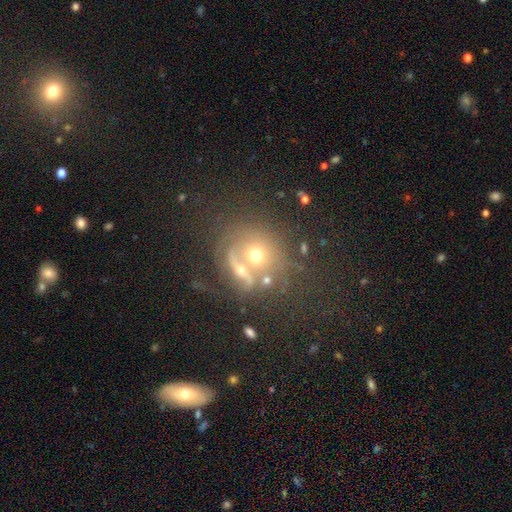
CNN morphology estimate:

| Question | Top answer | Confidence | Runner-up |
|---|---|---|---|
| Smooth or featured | smooth | 42% | featured or disk (39%) |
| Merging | merger | 46% | none (32%) |